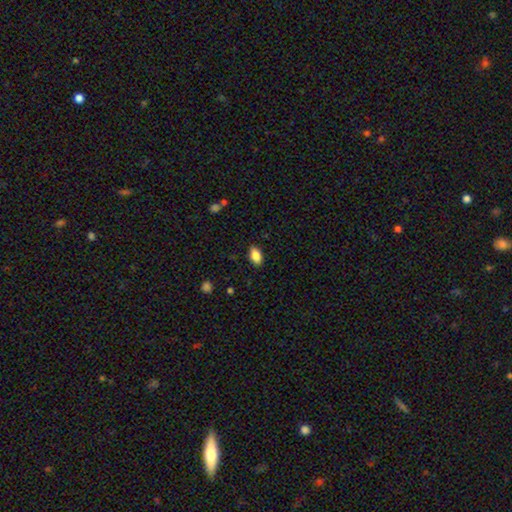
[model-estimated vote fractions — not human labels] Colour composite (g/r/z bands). It shows a smooth galaxy with no disk features (85%) that is in between round and cigar-shaped (91%). Merging: none (87%).